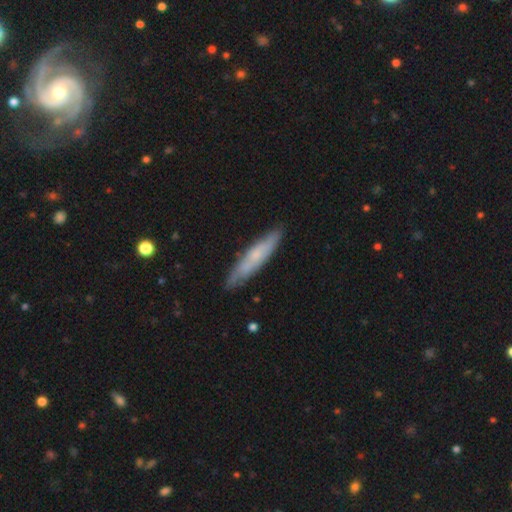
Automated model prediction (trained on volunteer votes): This is possibly a smooth galaxy (50%). How rounded: clearly cigar-shaped (86%). Merging: clearly none (82%).